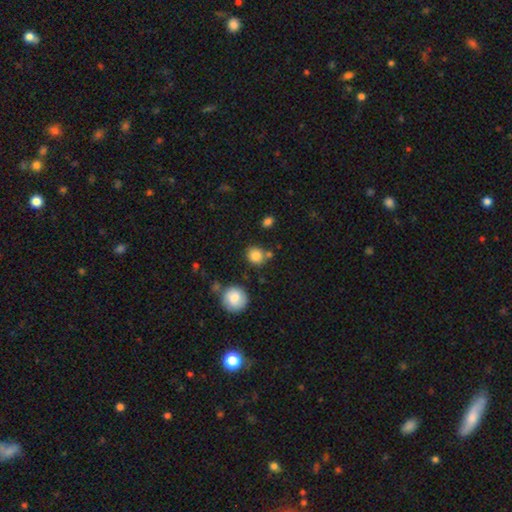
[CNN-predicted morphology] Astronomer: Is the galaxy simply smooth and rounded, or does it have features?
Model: smooth — 84%.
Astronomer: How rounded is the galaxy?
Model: round — 83%.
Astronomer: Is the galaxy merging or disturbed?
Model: none — 74%.